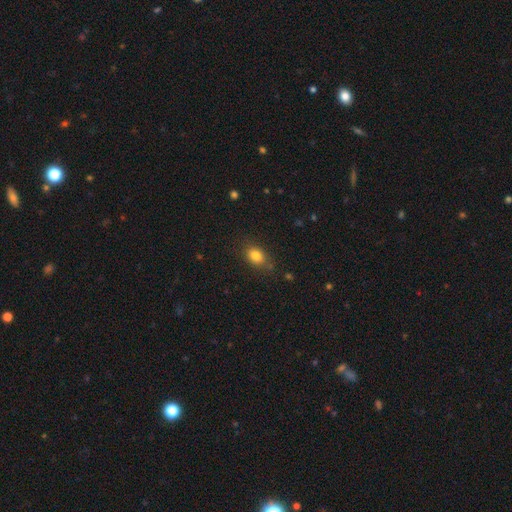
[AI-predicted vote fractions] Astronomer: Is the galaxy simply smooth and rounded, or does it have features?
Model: smooth — 82%.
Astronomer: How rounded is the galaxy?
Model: in between — 69%.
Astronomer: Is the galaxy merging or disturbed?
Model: none — 78%.